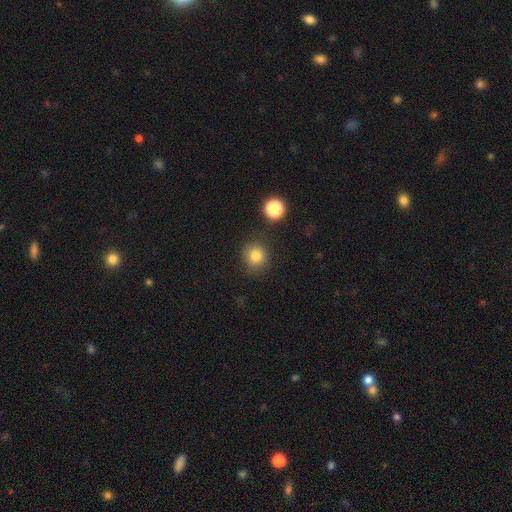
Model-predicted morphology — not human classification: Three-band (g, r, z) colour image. It shows a smooth galaxy with no disk features (81%) that is round (86%). Merging: none (83%).